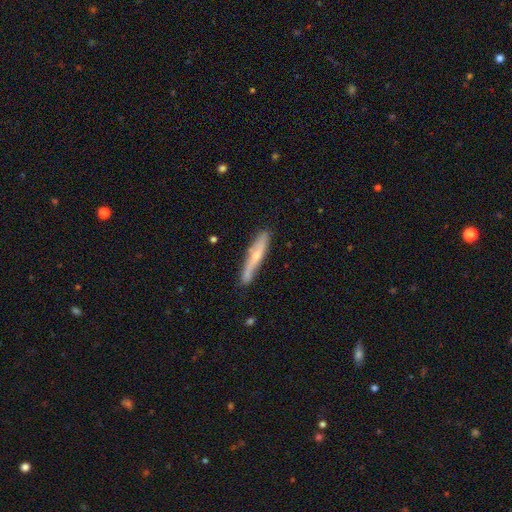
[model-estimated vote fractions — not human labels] This is possibly a featured or disk galaxy (50%). It is likely viewed edge-on (78%). Merging: likely none (76%).